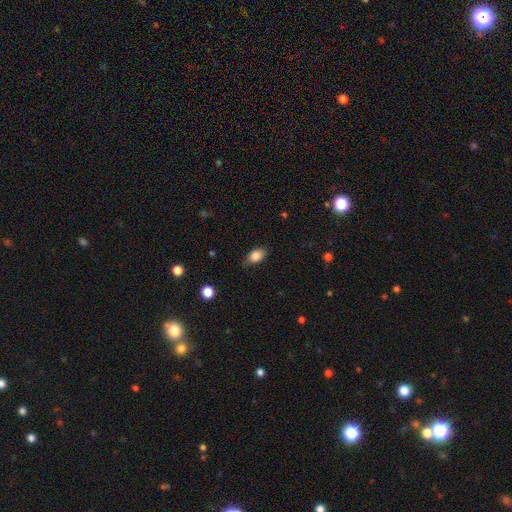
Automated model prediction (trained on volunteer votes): A smooth galaxy with no disk features (86%) that is in between round and cigar-shaped (83%).

Vote fractions:
- Smooth or featured? smooth: 86% / star or artifact: 8% / featured or disk: 6%
- How rounded? in between: 83% / round: 15% / cigar-shaped: 2%
- Merging? none: 73% / minor disturbance: 21% / major disturbance: 4% / merger: 1%